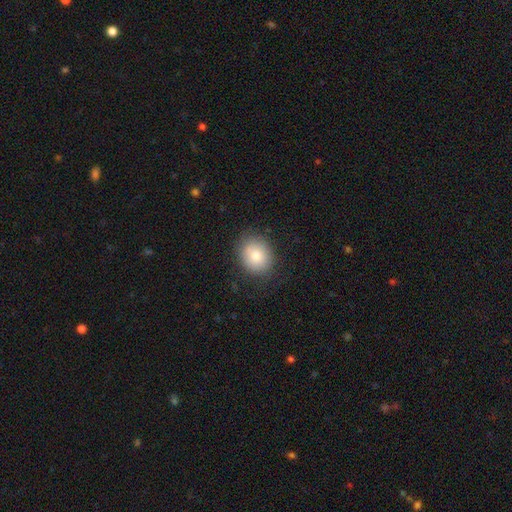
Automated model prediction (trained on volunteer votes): A smooth galaxy with no disk features (81%) that is round (64%).

Vote fractions:
- Smooth or featured? smooth: 81% / featured or disk: 10% / star or artifact: 9%
- How rounded? round: 64% / in between: 35% / cigar-shaped: 1%
- Merging? none: 82% / minor disturbance: 13% / major disturbance: 4% / merger: 1%